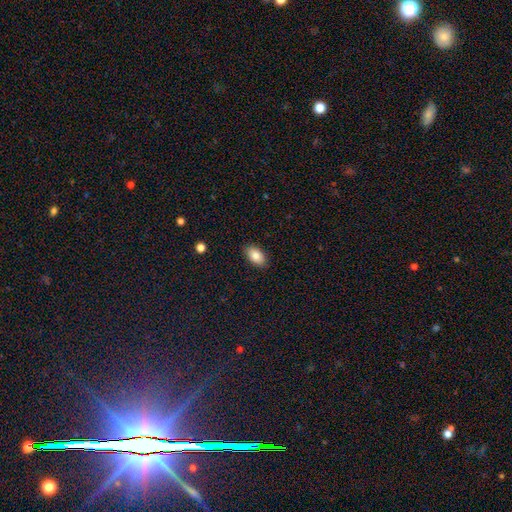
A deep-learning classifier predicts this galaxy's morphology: Smooth or featured?
  - smooth: 83% *
  - featured or disk: 9%
  - star or artifact: 7%
How rounded?
  - in between: 93% *
  - round: 5%
  - cigar-shaped: 2%
Merging?
  - none: 88% *
  - minor disturbance: 9%
  - major disturbance: 2%
  - merger: 1%